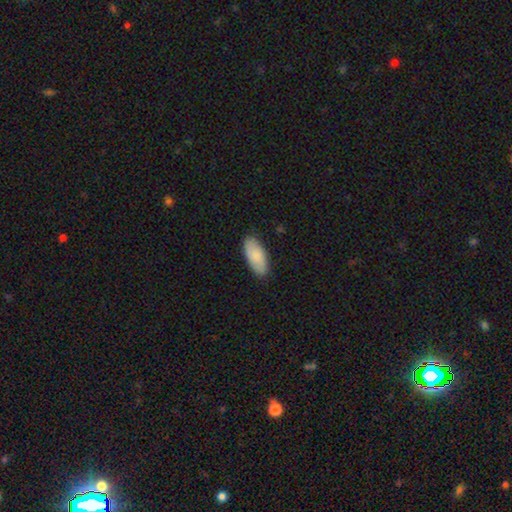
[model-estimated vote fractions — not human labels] Smooth or featured? Predicted: smooth (p=0.85). How rounded? Predicted: in between (p=0.88). Merging? Predicted: none (p=0.86).